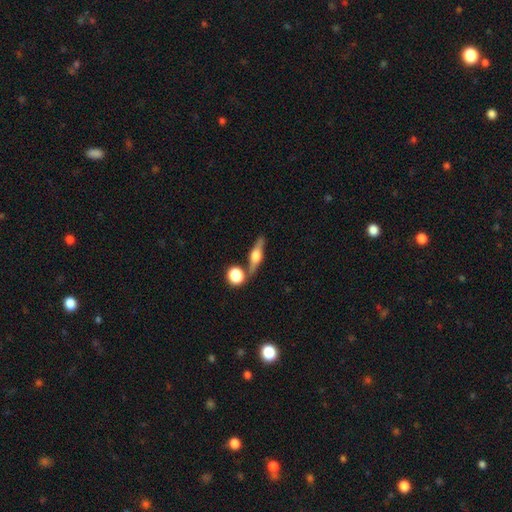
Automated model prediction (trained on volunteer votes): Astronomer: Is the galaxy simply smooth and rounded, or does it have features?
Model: featured or disk — 68%.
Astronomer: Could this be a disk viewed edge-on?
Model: yes — 94%.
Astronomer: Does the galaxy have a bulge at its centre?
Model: rounded — 94%.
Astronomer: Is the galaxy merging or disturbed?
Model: none — 77%.